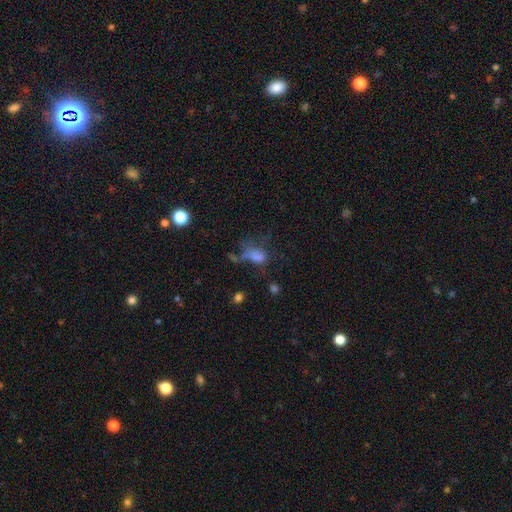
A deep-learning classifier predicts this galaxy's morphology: smooth_or_featured: smooth (p=0.60) [alt: featured or disk p=0.21]
how_rounded: in between (p=0.78) [alt: round p=0.17]
merging: major disturbance (p=0.42) [alt: none p=0.25]